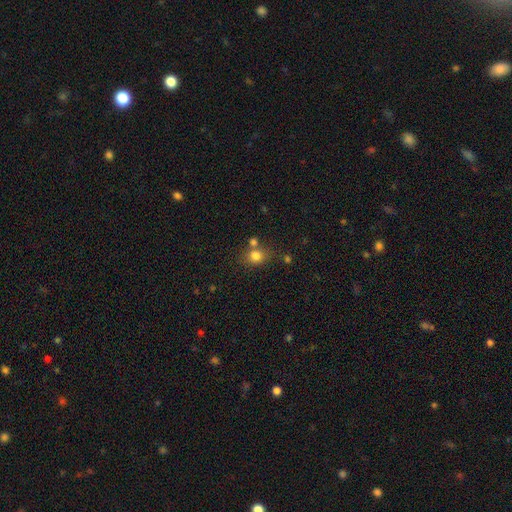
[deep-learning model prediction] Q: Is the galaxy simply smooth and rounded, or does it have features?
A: smooth — 80%.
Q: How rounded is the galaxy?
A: round — 61%.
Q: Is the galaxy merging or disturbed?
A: none — 61%.